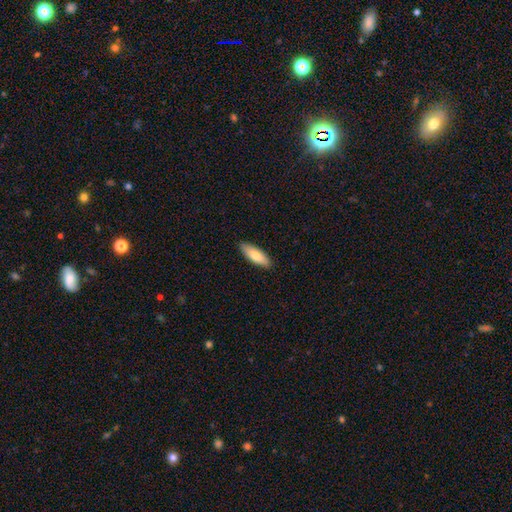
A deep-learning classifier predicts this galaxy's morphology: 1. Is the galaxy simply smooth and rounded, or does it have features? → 77% smooth, 17% featured or disk, 6% star or artifact.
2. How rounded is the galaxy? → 63% in between, 35% cigar-shaped, 2% round.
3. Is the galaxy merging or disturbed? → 89% none, 8% minor disturbance, 2% major disturbance, 1% merger.